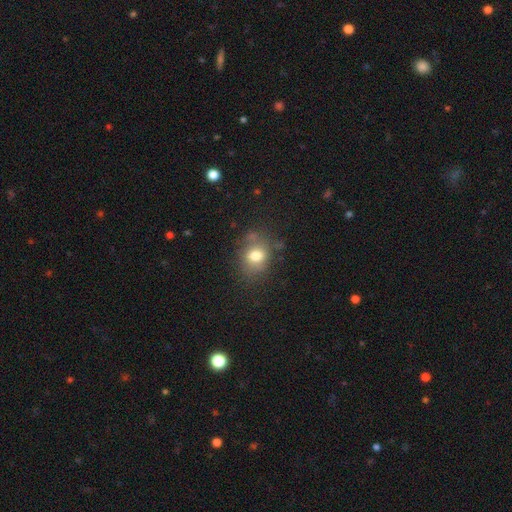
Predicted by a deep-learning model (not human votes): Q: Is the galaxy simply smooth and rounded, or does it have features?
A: smooth — 76%.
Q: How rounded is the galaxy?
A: round — 51%.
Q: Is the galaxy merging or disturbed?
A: none — 67%.